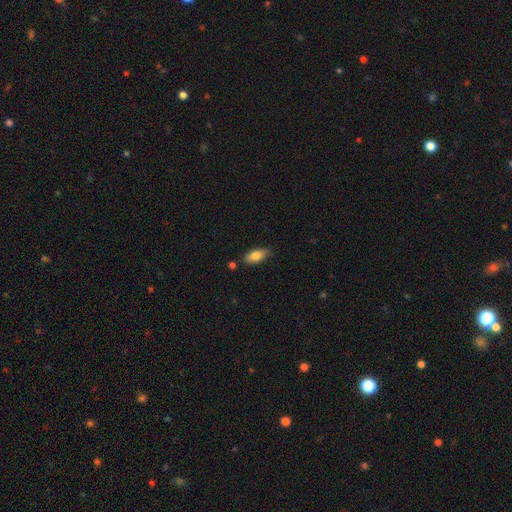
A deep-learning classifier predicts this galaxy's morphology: smooth_or_featured: smooth (p=0.79) [alt: featured or disk p=0.14]
how_rounded: in between (p=0.81) [alt: cigar-shaped p=0.16]
merging: none (p=0.81) [alt: minor disturbance p=0.13]